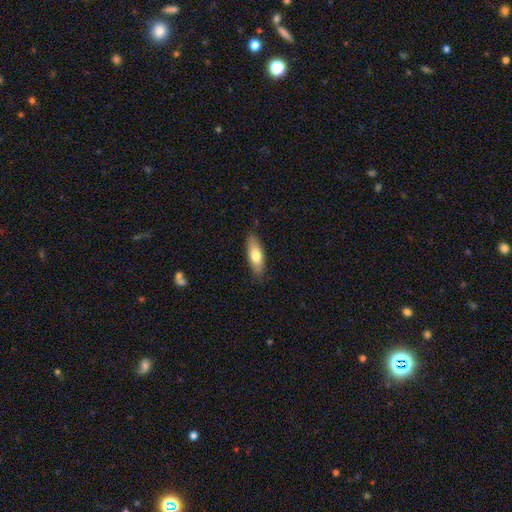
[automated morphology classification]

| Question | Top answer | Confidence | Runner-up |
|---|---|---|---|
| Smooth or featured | smooth | 71% | featured or disk (23%) |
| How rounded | in between | 65% | cigar-shaped (33%) |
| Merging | none | 83% | minor disturbance (14%) |